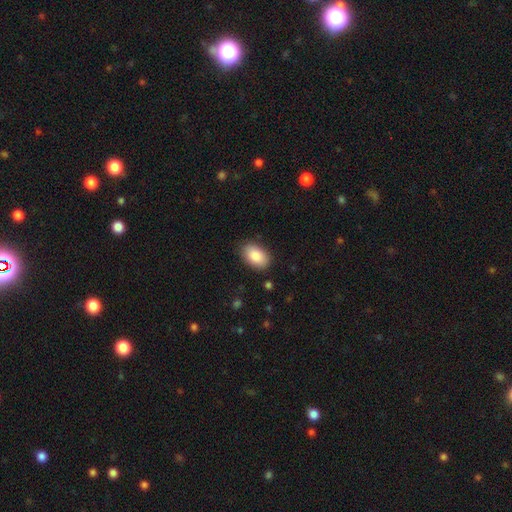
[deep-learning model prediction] Smooth or featured? Predicted: smooth (p=0.88). How rounded? Predicted: in between (p=0.91). Merging? Predicted: none (p=0.85).